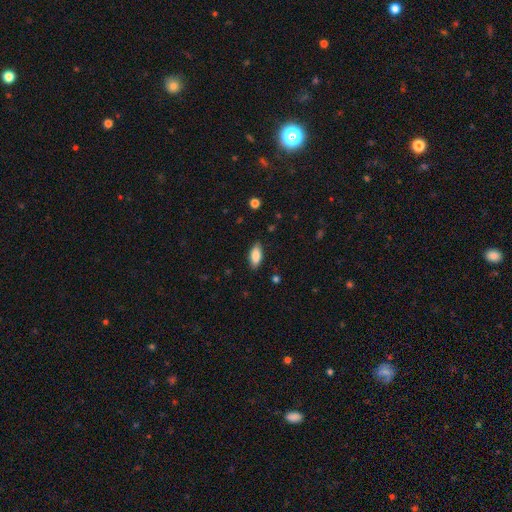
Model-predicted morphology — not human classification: smooth-or-featured: smooth: 85% | featured or disk: 8% | star or artifact: 7%
  how-rounded: in between: 85% | cigar-shaped: 12% | round: 2%
  merging: none: 85% | minor disturbance: 12% | major disturbance: 2% | merger: 1%